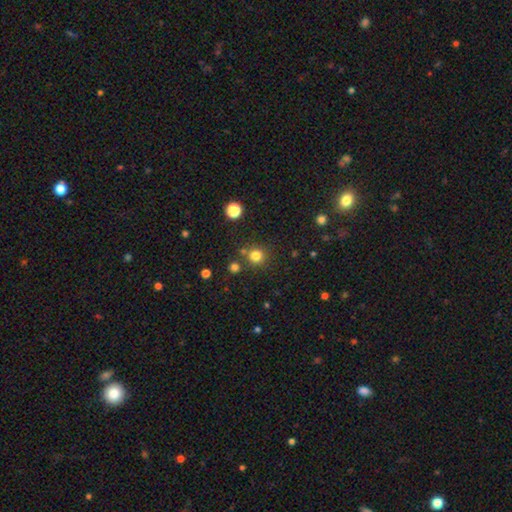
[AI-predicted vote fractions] Smooth or featured?
  - smooth: 79% *
  - star or artifact: 16%
  - featured or disk: 5%
How rounded?
  - round: 92% *
  - in between: 7%
  - cigar-shaped: 1%
Merging?
  - none: 79% *
  - merger: 10%
  - minor disturbance: 8%
  - major disturbance: 3%